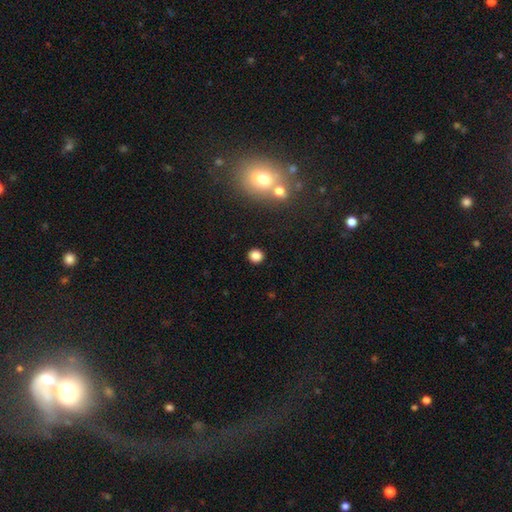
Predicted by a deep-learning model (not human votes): This is clearly a smooth galaxy (83%). How rounded: clearly round (89%). Merging: clearly none (91%).